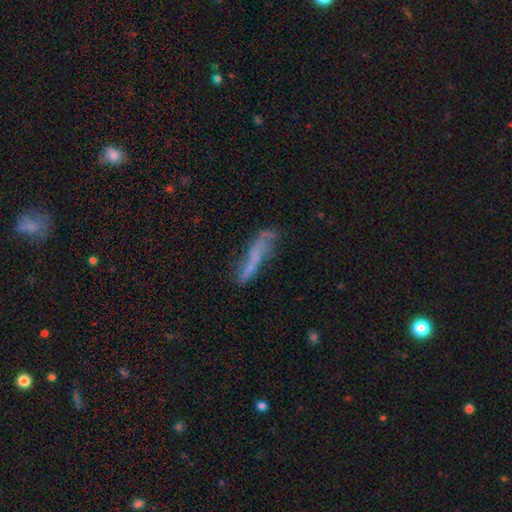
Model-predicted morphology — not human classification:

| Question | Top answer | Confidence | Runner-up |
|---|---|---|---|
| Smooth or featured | featured or disk | 52% | smooth (37%) |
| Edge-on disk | no | 65% | yes (35%) |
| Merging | none | 45% | minor disturbance (28%) |